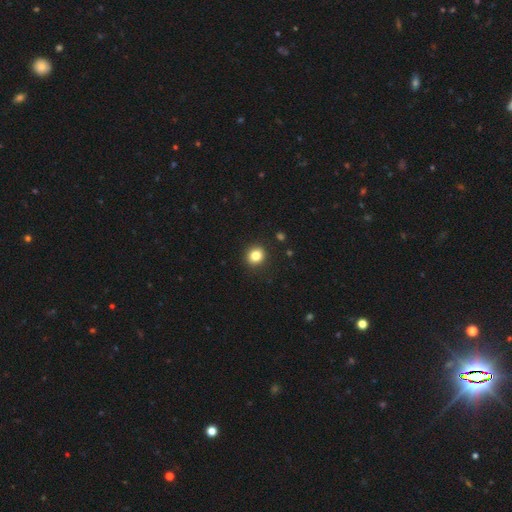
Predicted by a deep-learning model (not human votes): smooth_or_featured: smooth (p=0.83) [alt: star or artifact p=0.11]
how_rounded: round (p=0.82) [alt: in between p=0.17]
merging: none (p=0.91) [alt: minor disturbance p=0.06]